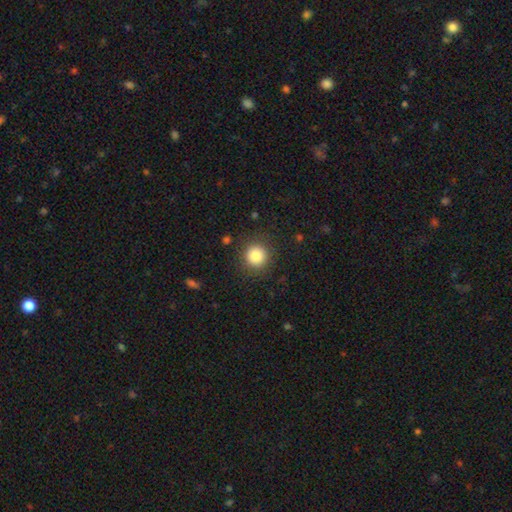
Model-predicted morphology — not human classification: Smooth or featured?
  - smooth: 84% *
  - star or artifact: 11%
  - featured or disk: 5%
How rounded?
  - round: 94% *
  - in between: 5%
  - cigar-shaped: 1%
Merging?
  - none: 88% *
  - minor disturbance: 8%
  - major disturbance: 3%
  - merger: 1%